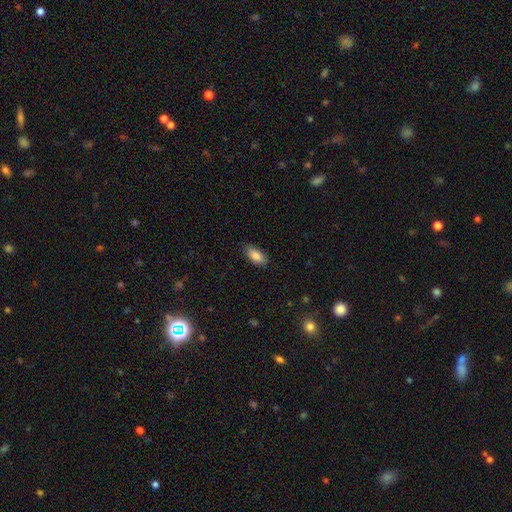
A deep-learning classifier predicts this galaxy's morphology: Smooth or featured?
  - smooth: 85% *
  - featured or disk: 8%
  - star or artifact: 7%
How rounded?
  - in between: 89% *
  - cigar-shaped: 8%
  - round: 3%
Merging?
  - none: 86% *
  - minor disturbance: 11%
  - major disturbance: 2%
  - merger: 1%